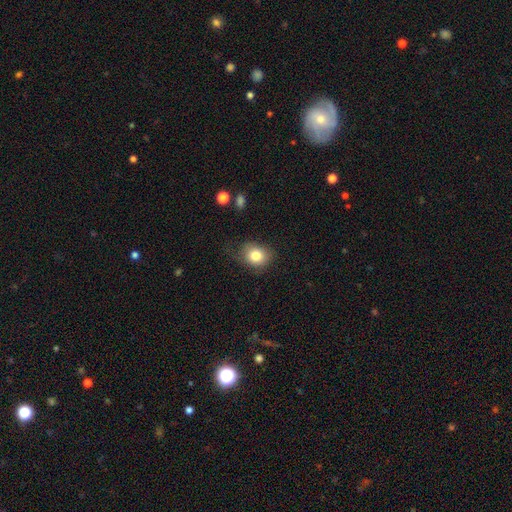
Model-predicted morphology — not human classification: type=smooth (80%); roundness=round (55%); merging=none (67%).